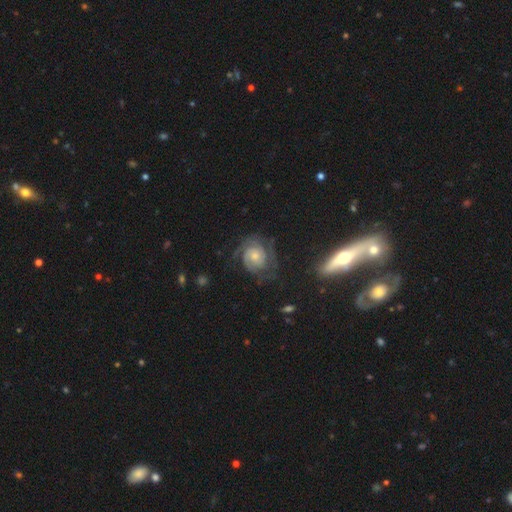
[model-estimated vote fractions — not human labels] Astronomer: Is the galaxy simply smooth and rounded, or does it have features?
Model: featured or disk — 78%.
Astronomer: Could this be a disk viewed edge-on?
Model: no — 96%.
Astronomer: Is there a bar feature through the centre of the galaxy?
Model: no — 75%.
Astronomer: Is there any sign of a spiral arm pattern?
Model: yes — 93%.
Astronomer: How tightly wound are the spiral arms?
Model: tight — 64%.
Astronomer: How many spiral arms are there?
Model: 2 — 45% (runner-up: can't tell, 27%).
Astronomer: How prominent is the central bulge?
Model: small — 48% (runner-up: moderate, 42%).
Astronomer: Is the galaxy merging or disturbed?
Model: none — 70%.